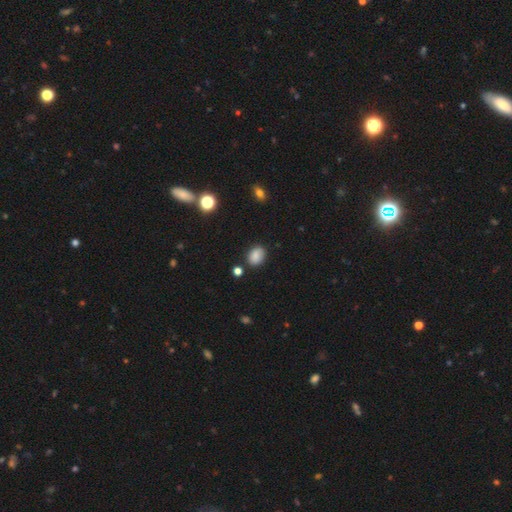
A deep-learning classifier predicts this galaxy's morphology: type=smooth (83%); roundness=in between (69%); merging=none (80%).